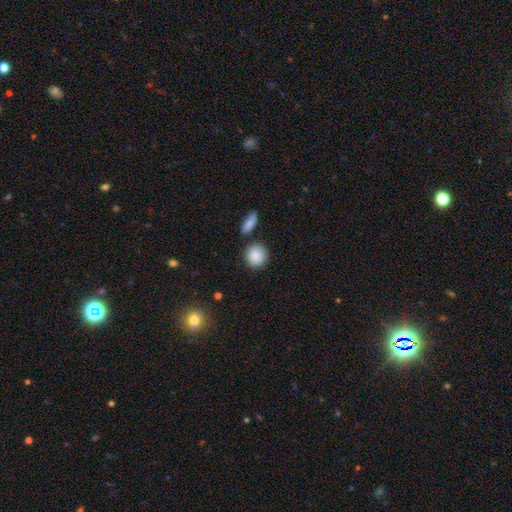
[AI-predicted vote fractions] smooth 89%, star or artifact 7%, featured or disk 5%. Down the decision tree: how rounded — round (83%); merging — none (81%).